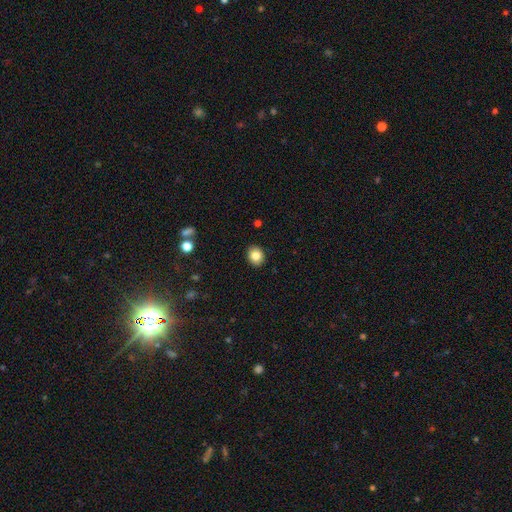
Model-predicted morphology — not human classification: smooth-or-featured: smooth: 83% | star or artifact: 9% | featured or disk: 7%
  how-rounded: round: 60% | in between: 39% | cigar-shaped: 1%
  merging: none: 91% | minor disturbance: 6% | major disturbance: 2% | merger: 1%